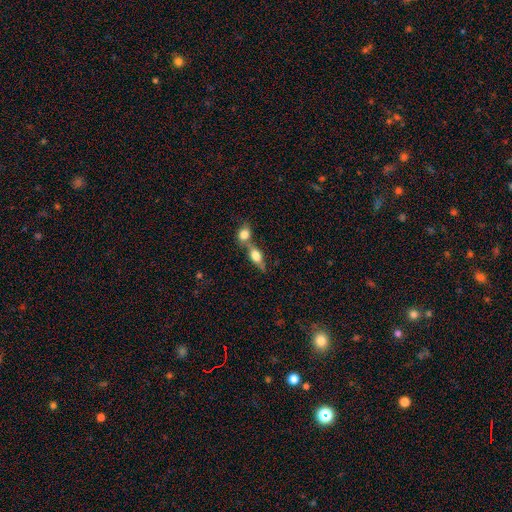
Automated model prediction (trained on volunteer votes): This appears to be a smooth galaxy with no disk features (62%) that is in between round and cigar-shaped (67%). Merging: merger (54%).